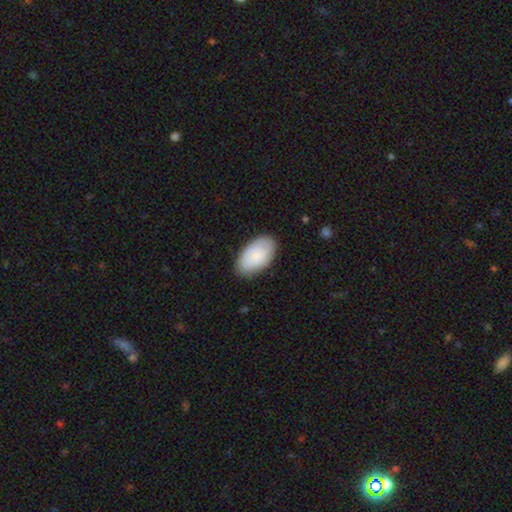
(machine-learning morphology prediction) Q: Smooth or featured?
A: smooth (80%); runner-up: featured or disk (14%)
Q: How rounded?
A: in between (95%); runner-up: round (3%)
Q: Merging?
A: none (82%); runner-up: minor disturbance (15%)